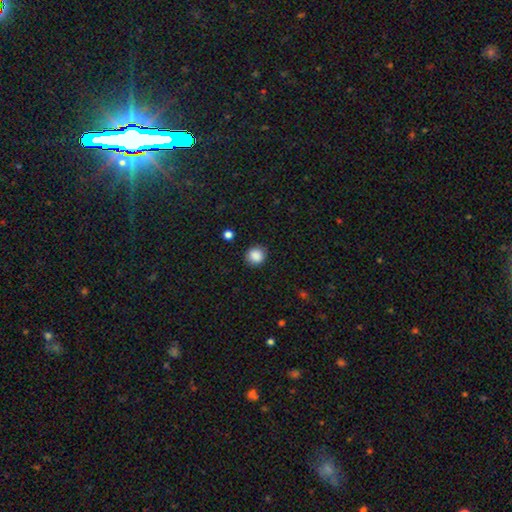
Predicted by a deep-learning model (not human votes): Smooth or featured?
  - smooth: 88% *
  - star or artifact: 9%
  - featured or disk: 3%
How rounded?
  - round: 89% *
  - in between: 11%
  - cigar-shaped: 1%
Merging?
  - none: 88% *
  - minor disturbance: 8%
  - major disturbance: 2%
  - merger: 1%